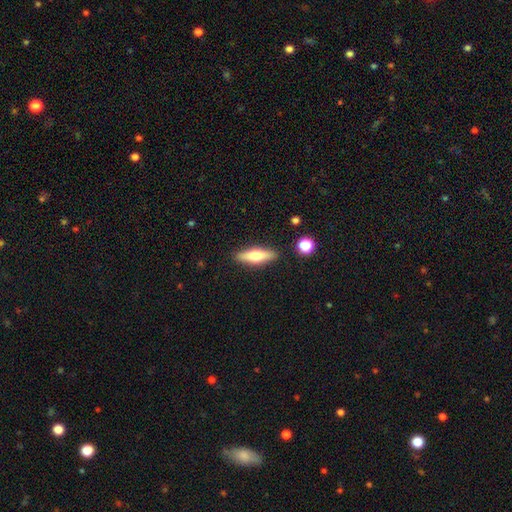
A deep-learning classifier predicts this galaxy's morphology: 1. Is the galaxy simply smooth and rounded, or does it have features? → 53% smooth, 41% featured or disk, 7% star or artifact.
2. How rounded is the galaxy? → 59% cigar-shaped, 39% in between, 3% round.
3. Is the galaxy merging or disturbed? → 88% none, 8% minor disturbance, 2% merger, 2% major disturbance.